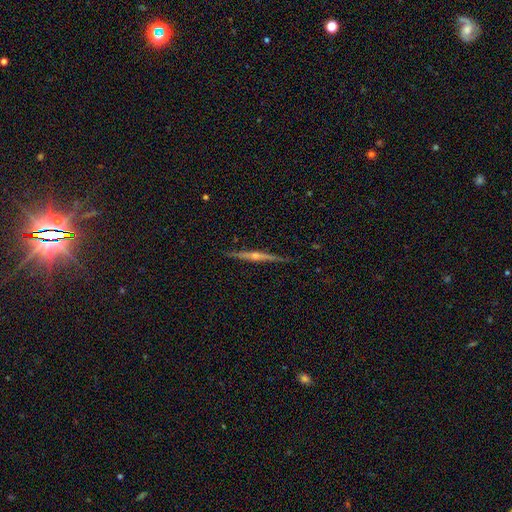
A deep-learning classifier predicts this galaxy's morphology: A featured or disk galaxy (82%) viewed edge-on (98%) with a rounded central bulge (87%). Merging: none (90%).